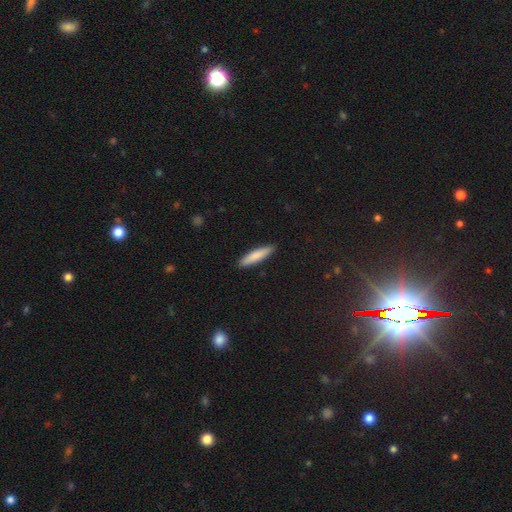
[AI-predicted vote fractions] Smooth or featured: smooth — 82% (featured or disk — 12%)
How rounded: cigar-shaped — 82% (in between — 17%)
Merging: none — 90% (minor disturbance — 7%)